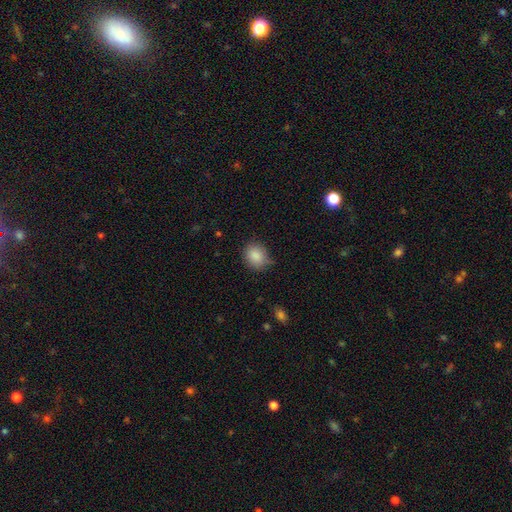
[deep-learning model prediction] smooth-or-featured: smooth: 87% | star or artifact: 8% | featured or disk: 4%
  how-rounded: round: 58% | in between: 41% | cigar-shaped: 1%
  merging: none: 75% | minor disturbance: 20% | major disturbance: 4% | merger: 2%